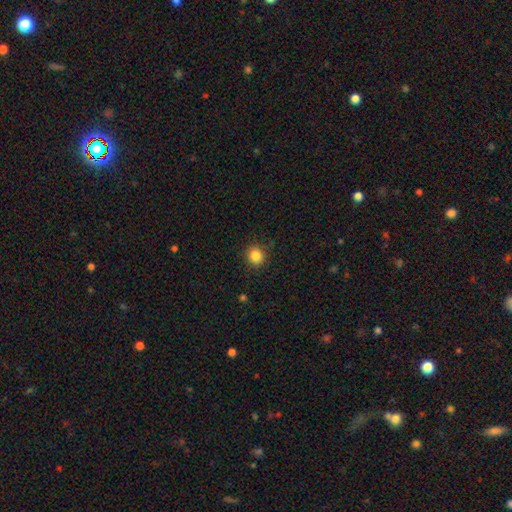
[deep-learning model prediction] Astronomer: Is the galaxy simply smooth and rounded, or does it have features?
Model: smooth — 85%.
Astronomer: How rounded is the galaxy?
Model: round — 86%.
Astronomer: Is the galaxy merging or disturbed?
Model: none — 88%.